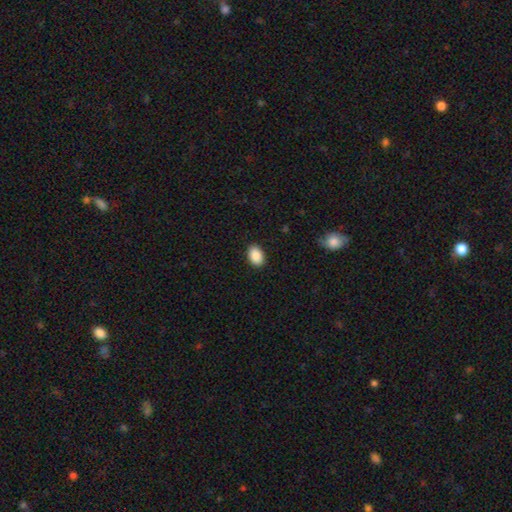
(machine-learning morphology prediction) The model was most divided on "how rounded": in between: 86%, round: 13%, cigar-shaped: 1%. More confident: smooth or featured — smooth (90%); merging — none (89%).